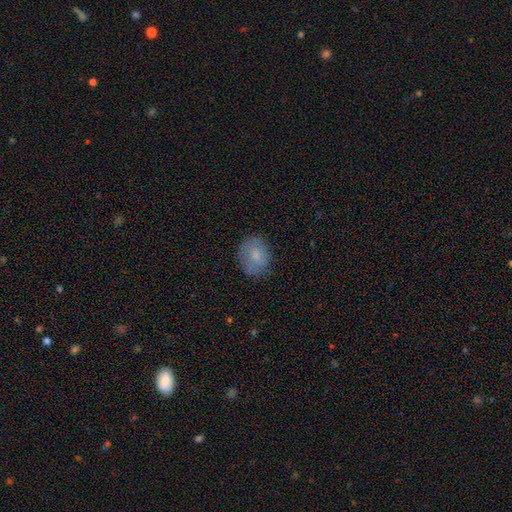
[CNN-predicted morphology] smooth_or_featured: smooth (p=0.75) [alt: featured or disk p=0.17]
how_rounded: in between (p=0.55) [alt: round p=0.44]
merging: none (p=0.74) [alt: minor disturbance p=0.20]